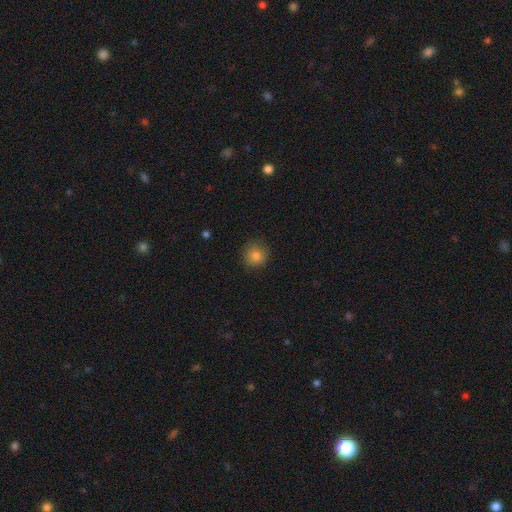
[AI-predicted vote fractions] The model was most divided on "smooth or featured": smooth: 84%, star or artifact: 11%, featured or disk: 5%. More confident: how rounded — round (92%); merging — none (86%).